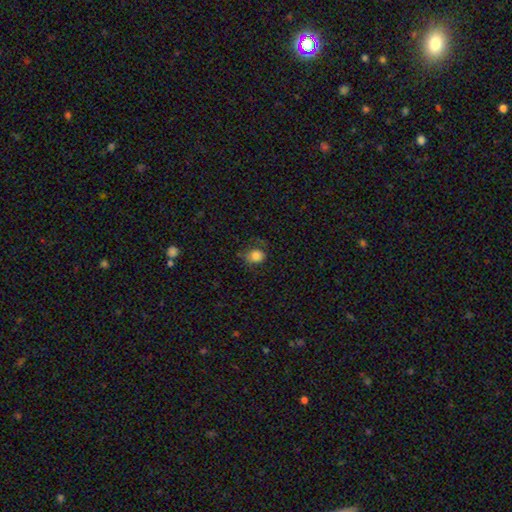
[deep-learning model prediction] A smooth galaxy with no disk features (81%) that is round (63%). Merging: none (67%).